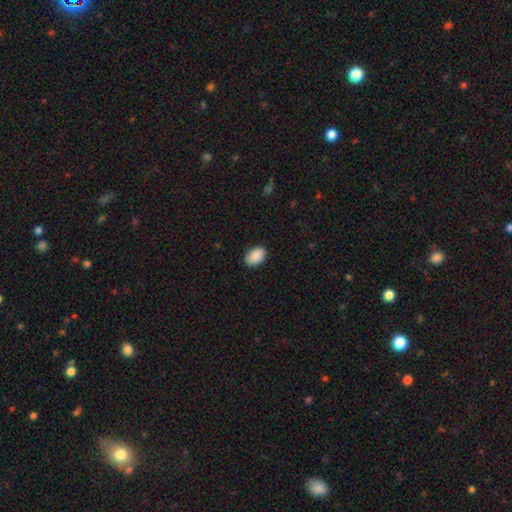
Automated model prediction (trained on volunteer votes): Smooth or featured? Predicted: smooth (p=0.90). How rounded? Predicted: in between (p=0.88). Merging? Predicted: none (p=0.88).